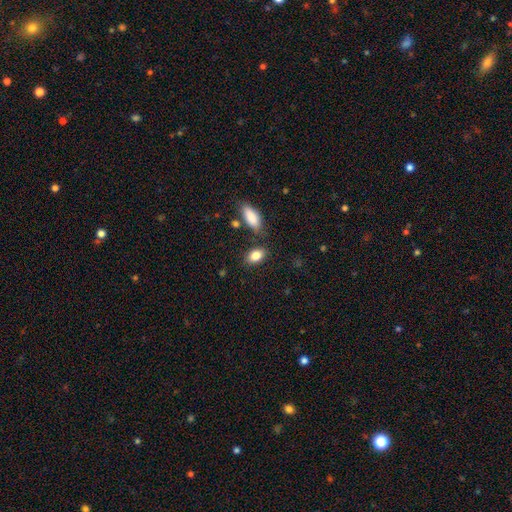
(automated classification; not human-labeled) A smooth galaxy with no disk features (85%) that is in between round and cigar-shaped (87%).

Vote fractions:
- Smooth or featured? smooth: 85% / star or artifact: 8% / featured or disk: 7%
- How rounded? in between: 87% / round: 10% / cigar-shaped: 3%
- Merging? none: 78% / minor disturbance: 12% / merger: 7% / major disturbance: 3%